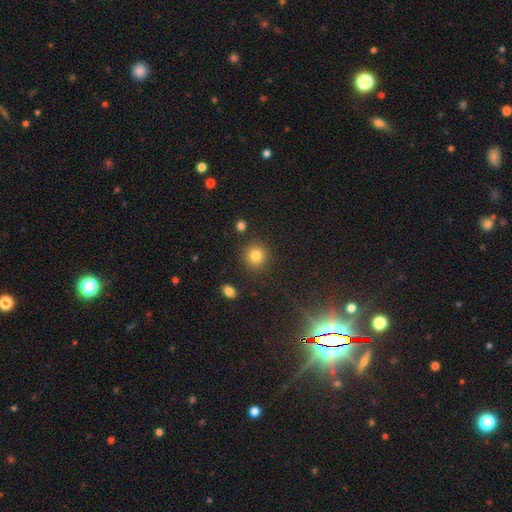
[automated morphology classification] A smooth galaxy with no disk features (81%) that is round (90%).

Vote fractions:
- Smooth or featured? smooth: 81% / star or artifact: 12% / featured or disk: 7%
- How rounded? round: 90% / in between: 9% / cigar-shaped: 1%
- Merging? none: 88% / minor disturbance: 7% / merger: 3% / major disturbance: 3%